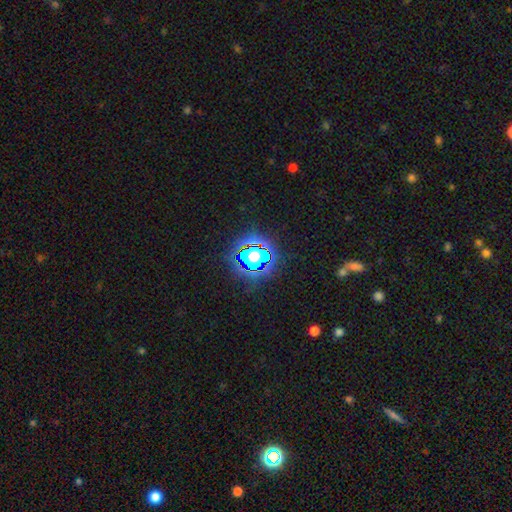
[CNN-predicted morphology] A star or artifact, not a galaxy (73%).